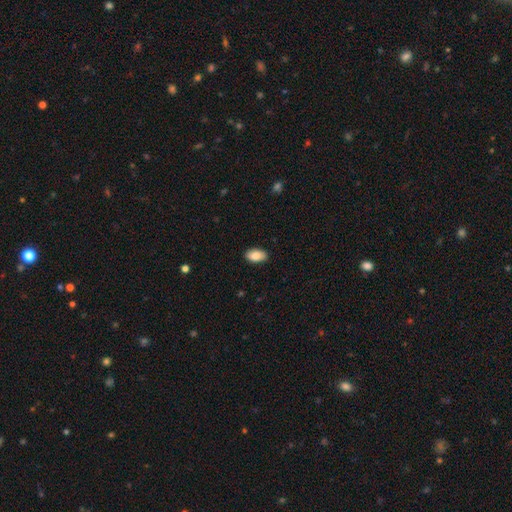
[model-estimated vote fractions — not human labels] Smooth or featured? smooth (85%)
How rounded? in between (94%)
Merging? none (88%)